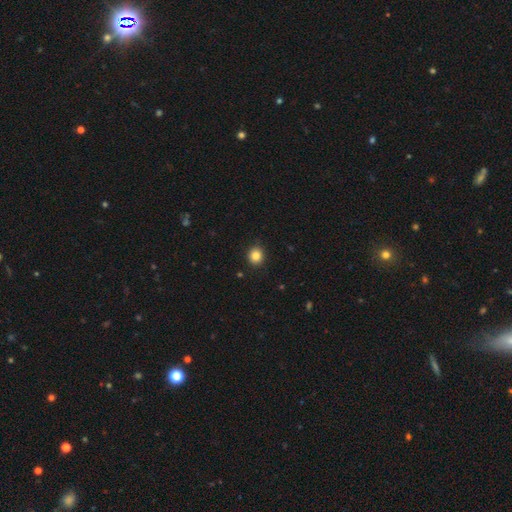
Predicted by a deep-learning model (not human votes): A smooth galaxy with no disk features (85%) that is round (83%). Merging: none (90%).